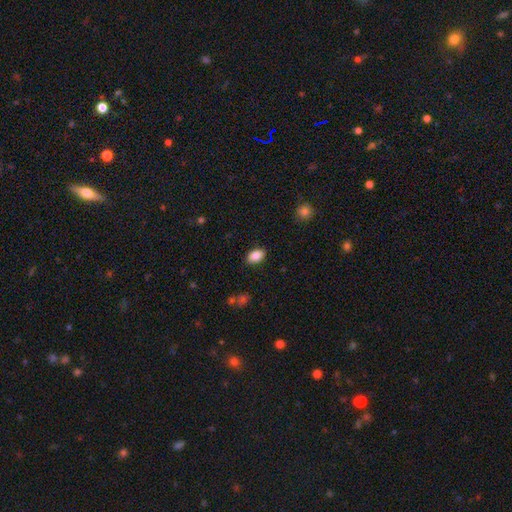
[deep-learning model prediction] The model was most divided on "merging": none: 87%, minor disturbance: 10%, major disturbance: 2%, merger: 1%. More confident: how rounded — in between (89%); smooth or featured — smooth (87%).